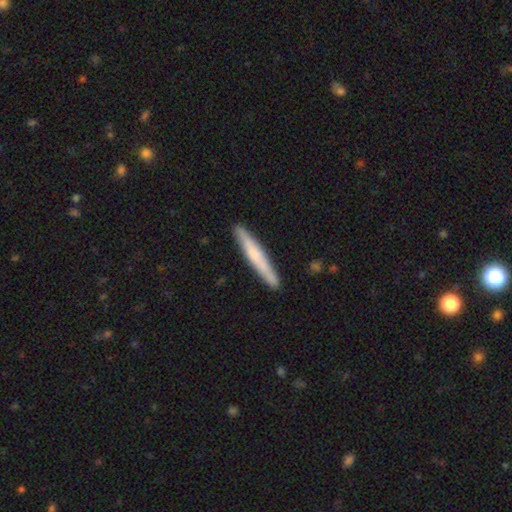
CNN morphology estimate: Smooth or featured: smooth — 56% (featured or disk — 39%)
How rounded: cigar-shaped — 96% (in between — 3%)
Merging: none — 89% (minor disturbance — 8%)